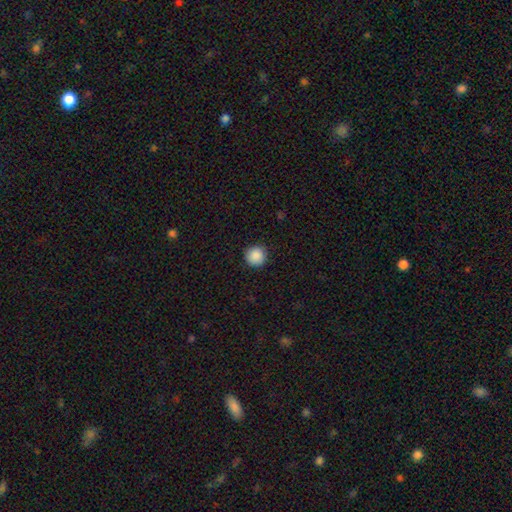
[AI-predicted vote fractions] This is clearly a smooth galaxy (89%). How rounded: clearly round (95%). Merging: clearly none (90%).